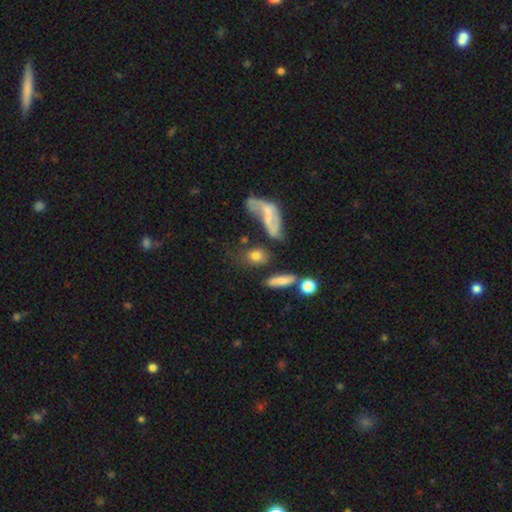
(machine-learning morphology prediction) smooth 72%, featured or disk 18%, star or artifact 10%. Down the decision tree: how rounded — in between (65%); merging — none (50%).